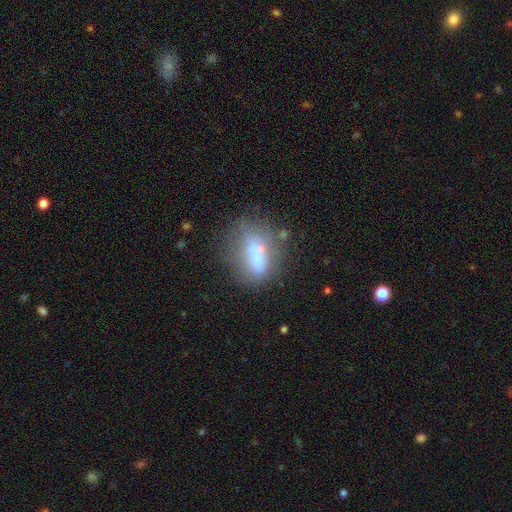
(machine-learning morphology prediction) smooth-or-featured: smooth: 56% | featured or disk: 31% | star or artifact: 13%
  how-rounded: in between: 67% | round: 23% | cigar-shaped: 11%
  merging: none: 42% | minor disturbance: 20% | merger: 19% | major disturbance: 18%